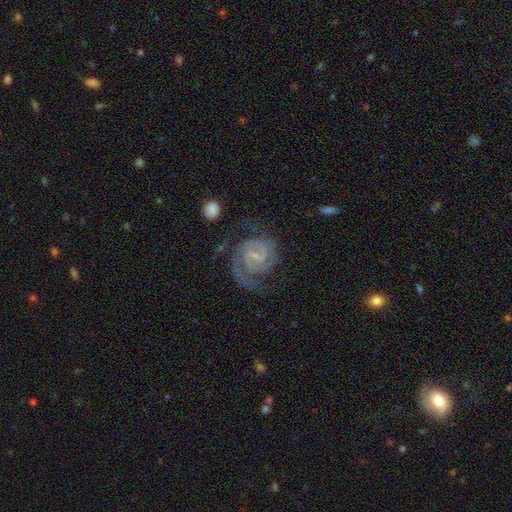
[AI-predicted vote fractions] This appears to be a featured or disk galaxy (90%) with a weak bar (49%), 2 (72%) tight (61%) spiral arms (98%) and a small central bulge (75%). Merging: none (66%).